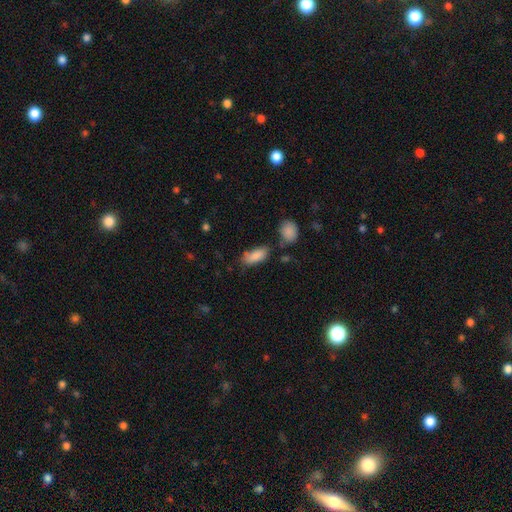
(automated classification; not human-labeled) A smooth galaxy with no disk features (85%) that is in between round and cigar-shaped (84%).

Vote fractions:
- Smooth or featured? smooth: 85% / star or artifact: 7% / featured or disk: 7%
- How rounded? in between: 84% / cigar-shaped: 13% / round: 3%
- Merging? none: 55% / minor disturbance: 26% / merger: 11% / major disturbance: 8%